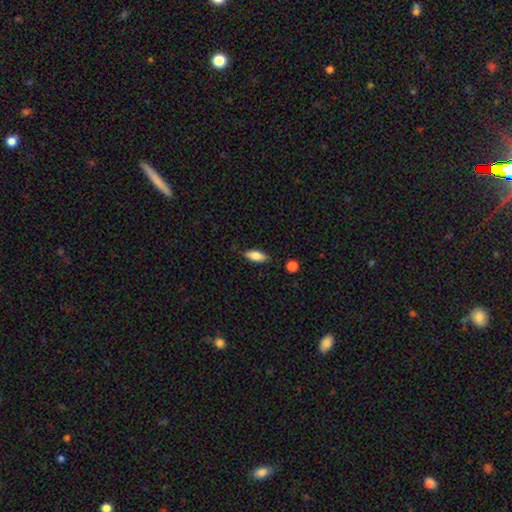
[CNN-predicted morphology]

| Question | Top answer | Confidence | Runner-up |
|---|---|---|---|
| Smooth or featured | smooth | 80% | featured or disk (13%) |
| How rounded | in between | 77% | cigar-shaped (21%) |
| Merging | none | 83% | minor disturbance (13%) |